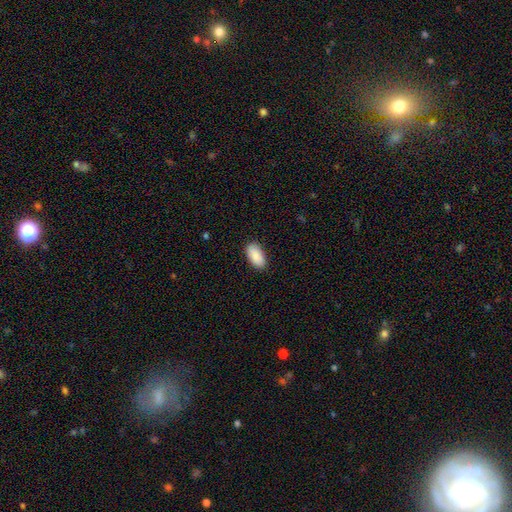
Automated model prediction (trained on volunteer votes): smooth-or-featured: smooth: 89% | star or artifact: 6% | featured or disk: 5%
  how-rounded: in between: 94% | cigar-shaped: 3% | round: 2%
  merging: none: 87% | minor disturbance: 10% | major disturbance: 2% | merger: 1%